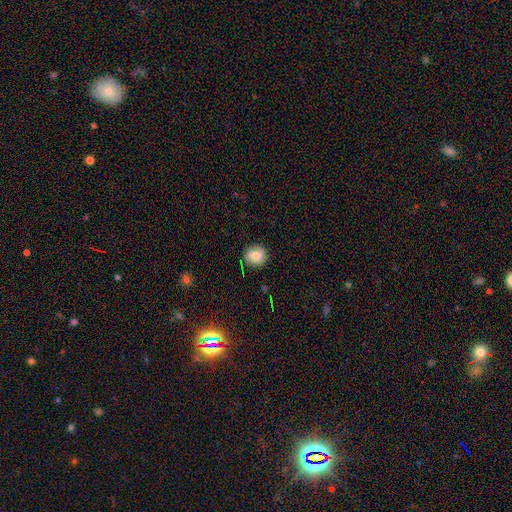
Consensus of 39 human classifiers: smooth 92%, featured or disk 5%, star or artifact 3%. Down the decision tree: how rounded — round (92%); merging — none (89%).